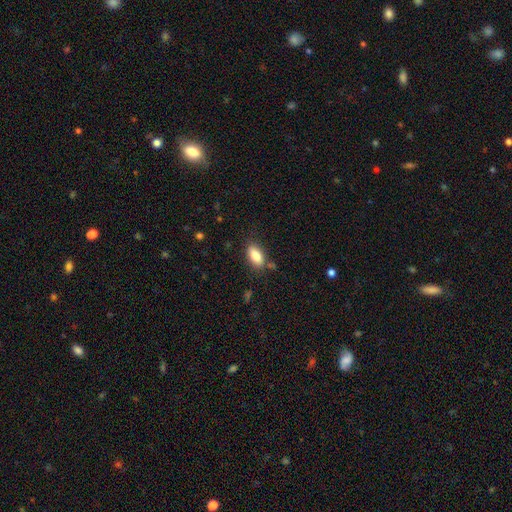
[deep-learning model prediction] The model was most divided on "merging": none: 79%, minor disturbance: 14%, merger: 4%, major disturbance: 3%. More confident: how rounded — in between (89%); smooth or featured — smooth (83%).